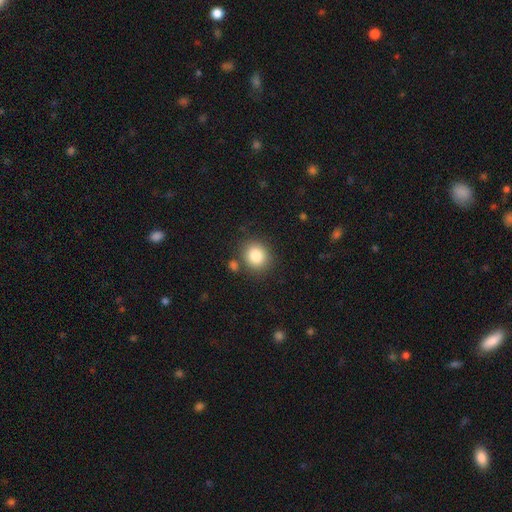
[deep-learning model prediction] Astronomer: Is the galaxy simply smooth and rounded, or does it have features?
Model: smooth — 84%.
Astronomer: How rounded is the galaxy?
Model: round — 83%.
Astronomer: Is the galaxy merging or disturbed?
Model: none — 82%.